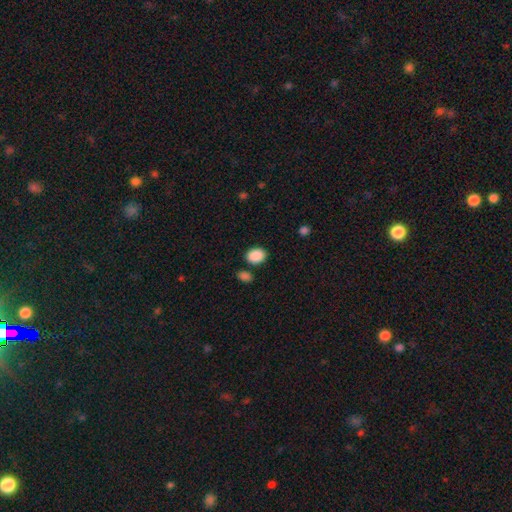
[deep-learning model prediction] A smooth galaxy with no disk features (89%) that is in between round and cigar-shaped (67%).

Vote fractions:
- Smooth or featured? smooth: 89% / star or artifact: 8% / featured or disk: 3%
- How rounded? in between: 67% / round: 32% / cigar-shaped: 1%
- Merging? none: 80% / minor disturbance: 10% / merger: 6% / major disturbance: 3%